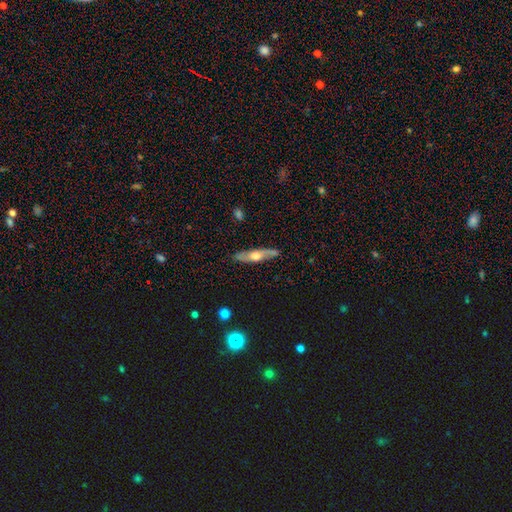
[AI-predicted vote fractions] This appears to be a featured or disk galaxy (63%) viewed edge-on (75%). Merging: none (85%).